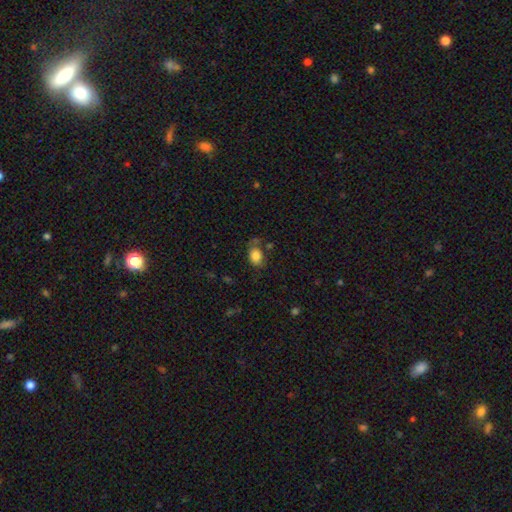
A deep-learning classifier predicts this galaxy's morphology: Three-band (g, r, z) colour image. It shows a smooth galaxy with no disk features (84%) that is in between round and cigar-shaped (67%). Merging: none (59%).